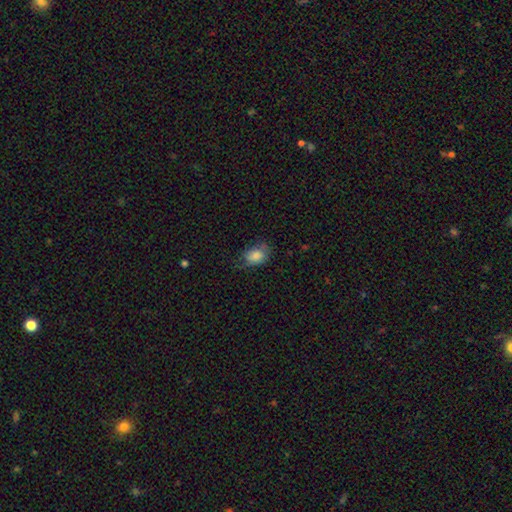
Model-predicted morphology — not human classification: Smooth or featured? Predicted: smooth (p=0.80). How rounded? Predicted: in between (p=0.74). Merging? Predicted: none (p=0.58).